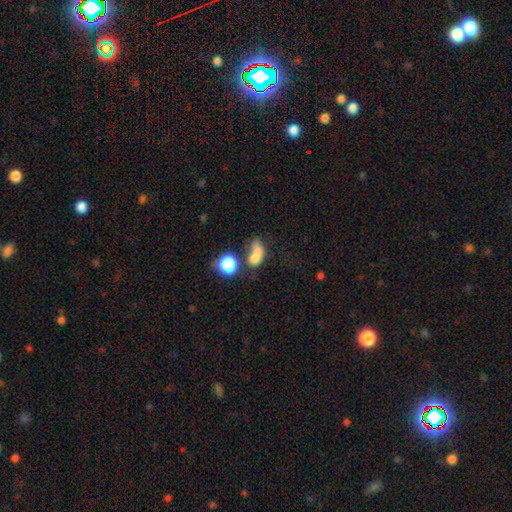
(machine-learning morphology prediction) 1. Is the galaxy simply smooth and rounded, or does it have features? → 68% smooth, 17% featured or disk, 15% star or artifact.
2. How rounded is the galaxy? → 62% in between, 34% round, 4% cigar-shaped.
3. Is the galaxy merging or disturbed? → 48% merger, 22% none, 17% major disturbance, 12% minor disturbance.